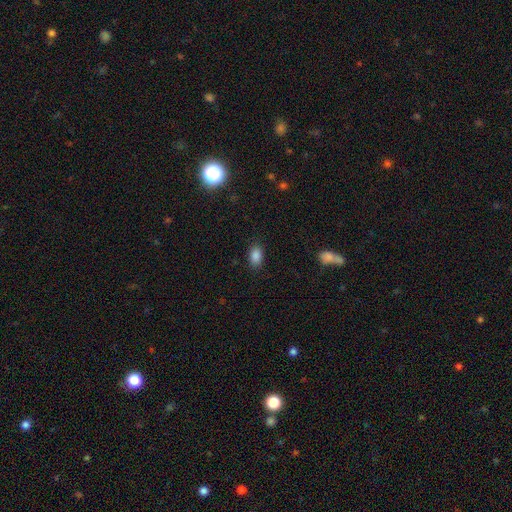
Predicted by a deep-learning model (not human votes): Smooth or featured?
  - smooth: 87% *
  - star or artifact: 10%
  - featured or disk: 4%
How rounded?
  - in between: 88% *
  - round: 11%
  - cigar-shaped: 2%
Merging?
  - none: 86% *
  - minor disturbance: 10%
  - major disturbance: 3%
  - merger: 1%